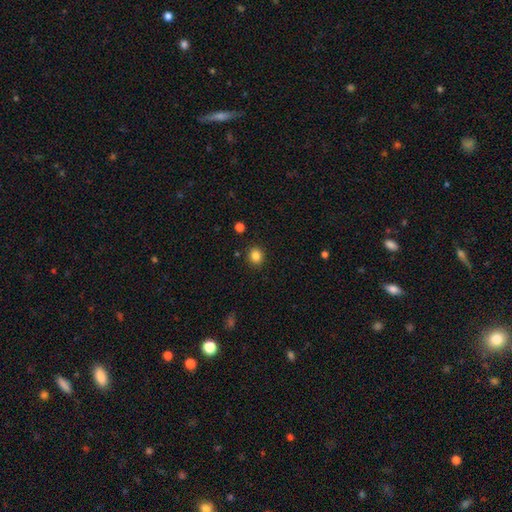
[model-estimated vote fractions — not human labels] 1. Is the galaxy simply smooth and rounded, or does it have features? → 84% smooth, 11% star or artifact, 4% featured or disk.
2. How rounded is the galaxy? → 82% round, 17% in between, 1% cigar-shaped.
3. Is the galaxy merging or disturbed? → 90% none, 6% minor disturbance, 2% major disturbance, 2% merger.